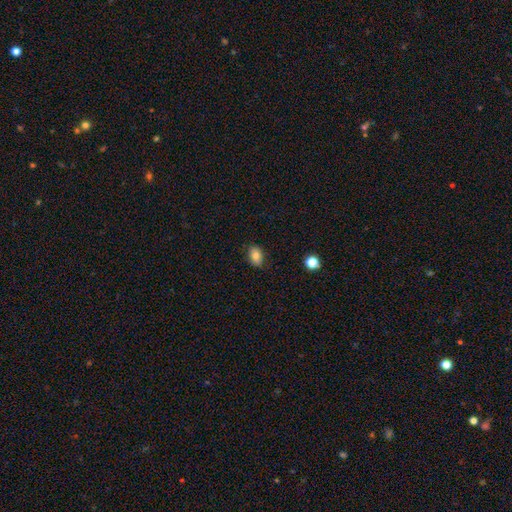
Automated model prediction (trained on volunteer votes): A smooth galaxy with no disk features (79%) that is in between round and cigar-shaped (77%). Merging: none (83%).